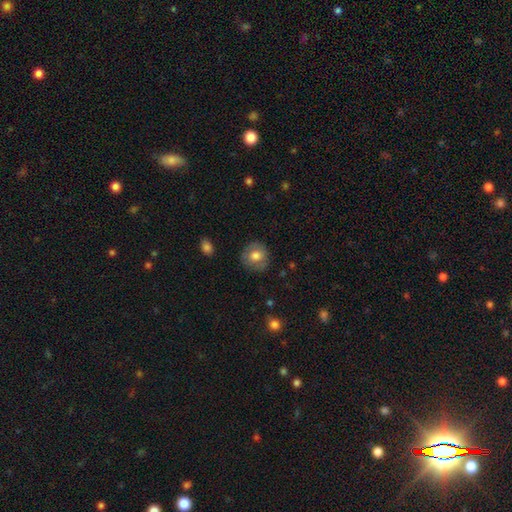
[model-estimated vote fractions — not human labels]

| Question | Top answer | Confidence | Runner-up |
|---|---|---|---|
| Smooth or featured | smooth | 69% | featured or disk (23%) |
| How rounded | round | 87% | in between (12%) |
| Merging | none | 83% | minor disturbance (12%) |